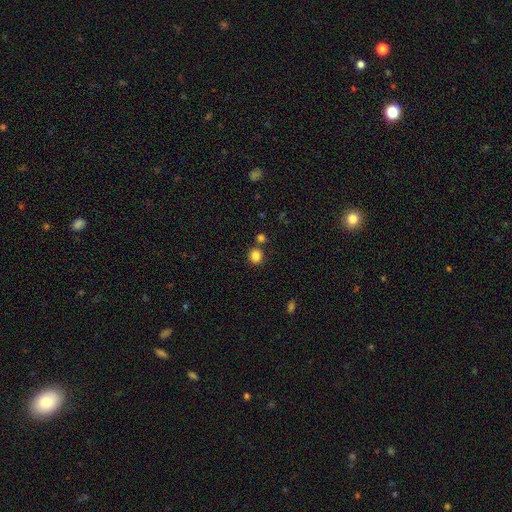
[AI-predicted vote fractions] smooth_or_featured: smooth (p=0.85) [alt: star or artifact p=0.11]
how_rounded: round (p=0.87) [alt: in between p=0.12]
merging: none (p=0.79) [alt: merger p=0.11]